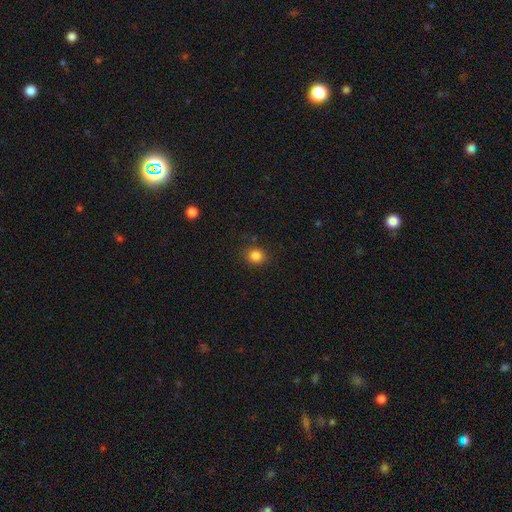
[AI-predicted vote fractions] Q: Smooth or featured?
A: smooth (84%); runner-up: star or artifact (12%)
Q: How rounded?
A: round (81%); runner-up: in between (18%)
Q: Merging?
A: none (85%); runner-up: minor disturbance (10%)